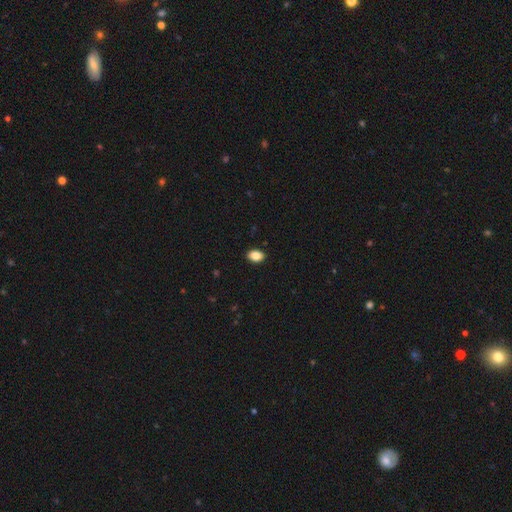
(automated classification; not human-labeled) Overall: smooth (87%). How rounded: in between (82%). Merging: none (91%).